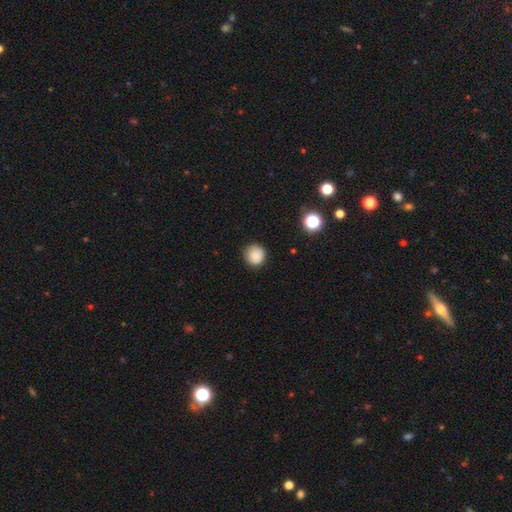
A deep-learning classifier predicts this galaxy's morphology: smooth-or-featured: smooth: 85% | star or artifact: 10% | featured or disk: 5%
  how-rounded: round: 92% | in between: 7% | cigar-shaped: 1%
  merging: none: 86% | minor disturbance: 10% | major disturbance: 2% | merger: 1%